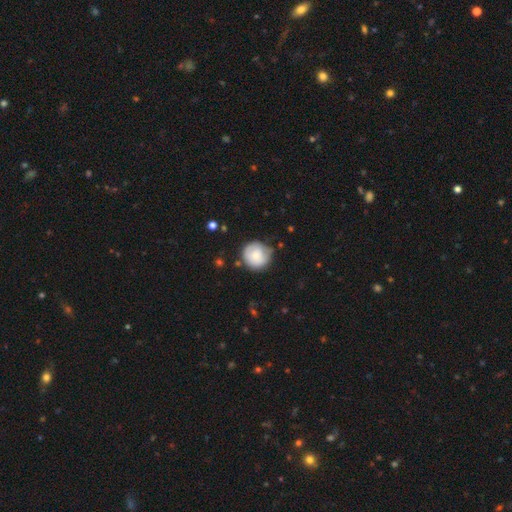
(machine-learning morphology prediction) Overall: smooth (70%). How rounded: round (92%). Merging: none (66%).